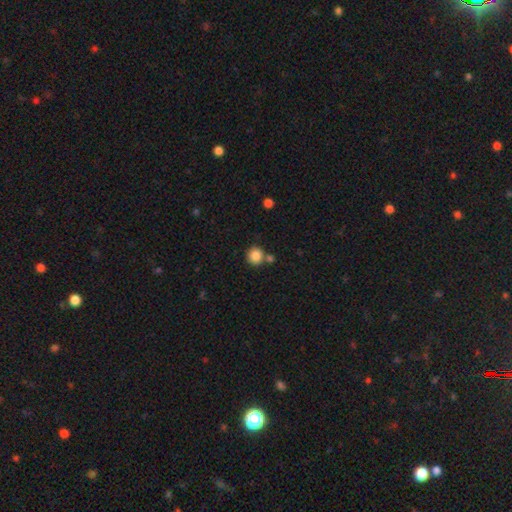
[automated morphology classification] smooth_or_featured: smooth (p=0.85) [alt: star or artifact p=0.10]
how_rounded: round (p=0.93) [alt: in between p=0.06]
merging: none (p=0.73) [alt: merger p=0.16]